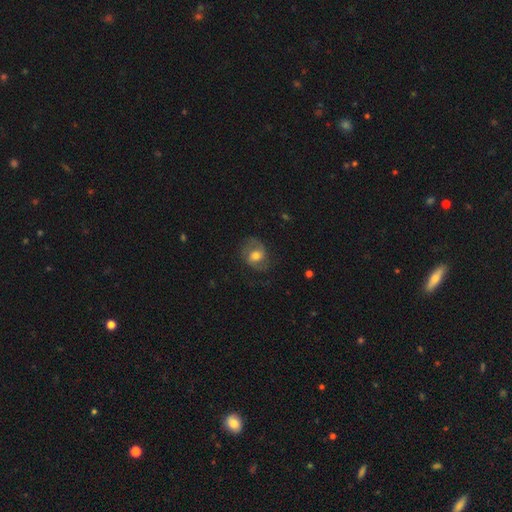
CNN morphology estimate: Overall: featured or disk (61%; smooth 31%). Edge-on disk: no (97%). Bar: no (47%; weak 41%). Spiral arms: yes (87%). Spiral arm count: 2 (85%). Spiral winding: medium (52%; loose 29%). Bulge size: moderate (61%). Merging: none (68%).